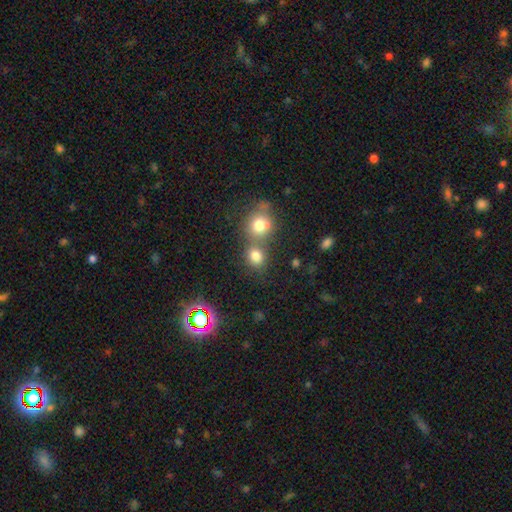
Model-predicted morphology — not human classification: Smooth or featured? Predicted: smooth (p=0.78). How rounded? Predicted: round (p=0.73). Merging? Predicted: none (p=0.47).